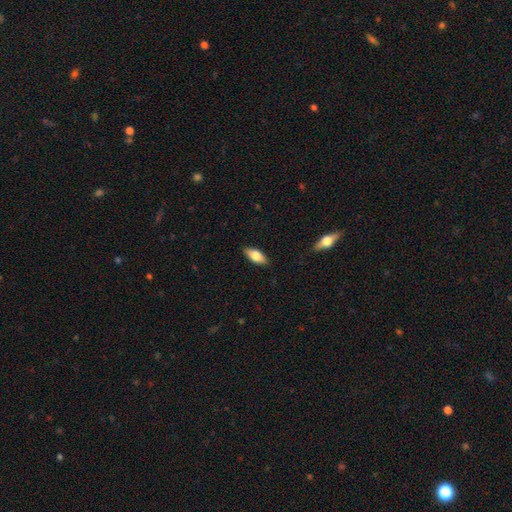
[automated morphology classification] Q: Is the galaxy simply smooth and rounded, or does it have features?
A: smooth — 74%.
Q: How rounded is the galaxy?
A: in between — 84%.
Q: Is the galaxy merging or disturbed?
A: none — 88%.